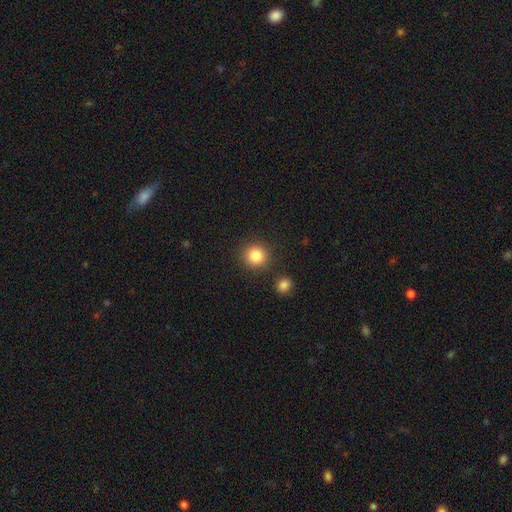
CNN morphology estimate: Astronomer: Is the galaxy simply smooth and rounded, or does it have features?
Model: smooth — 85%.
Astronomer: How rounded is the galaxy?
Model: round — 91%.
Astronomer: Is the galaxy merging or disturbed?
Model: none — 86%.